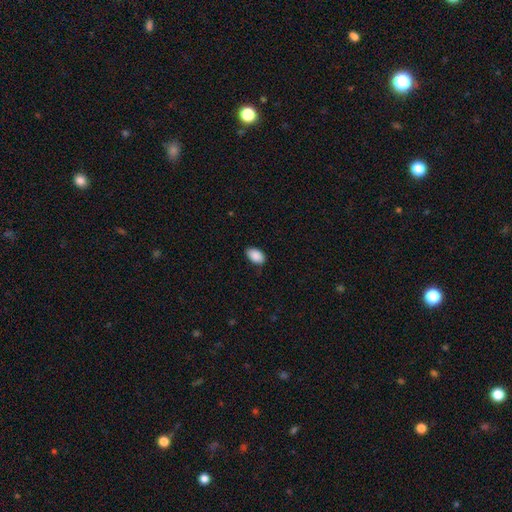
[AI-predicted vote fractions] The model was most divided on "merging": none: 81%, minor disturbance: 15%, major disturbance: 2%, merger: 1%. More confident: how rounded — in between (93%); smooth or featured — smooth (90%).